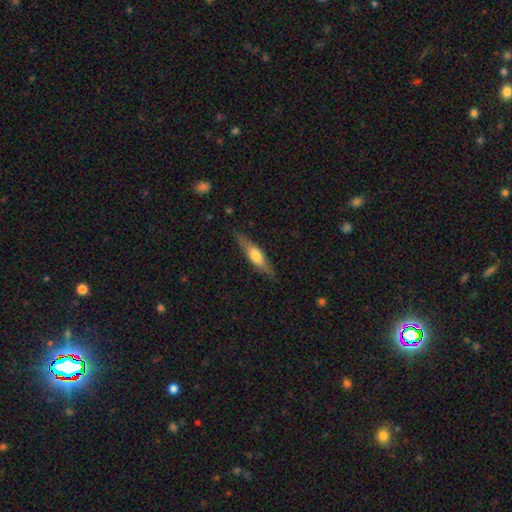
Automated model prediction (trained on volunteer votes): The model was most divided on "smooth or featured": smooth: 52%, featured or disk: 42%, star or artifact: 6%. More confident: merging — none (80%); how rounded — cigar-shaped (68%).